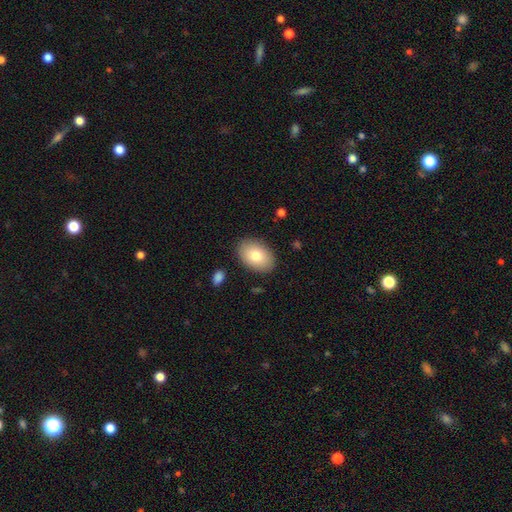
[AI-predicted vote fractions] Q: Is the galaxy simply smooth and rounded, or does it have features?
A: smooth — 80%.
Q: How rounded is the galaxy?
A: in between — 87%.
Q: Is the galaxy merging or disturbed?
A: none — 87%.